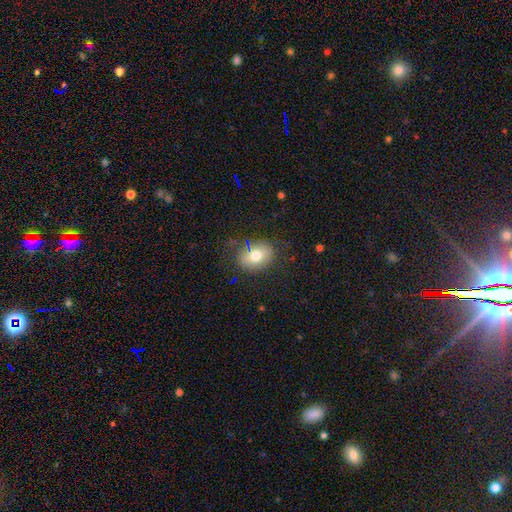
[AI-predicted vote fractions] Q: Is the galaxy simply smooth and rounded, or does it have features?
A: smooth — 72%.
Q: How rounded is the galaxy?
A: in between — 64%.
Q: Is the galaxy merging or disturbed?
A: none — 72%.